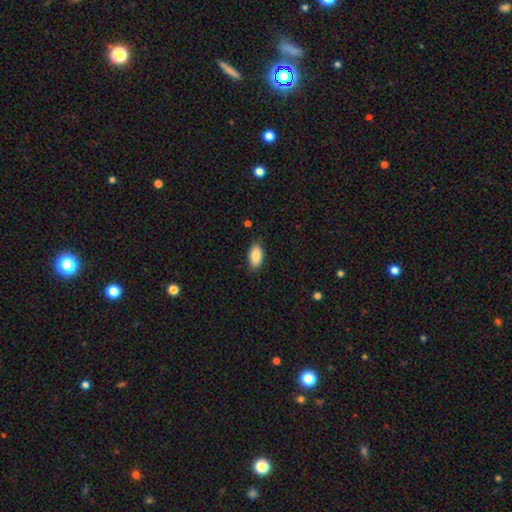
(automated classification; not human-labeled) This appears to be a smooth galaxy with no disk features (88%) that is in between round and cigar-shaped (93%). Merging: none (84%).